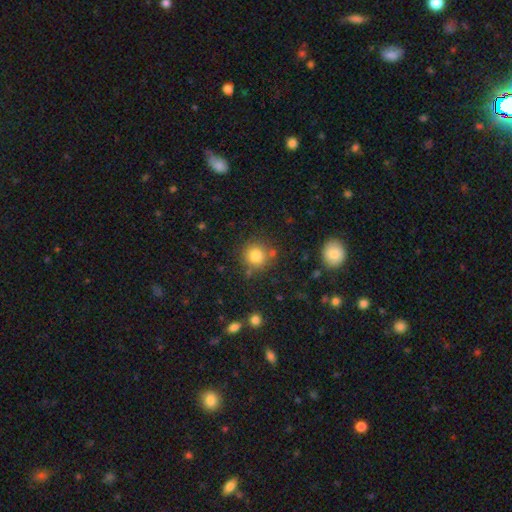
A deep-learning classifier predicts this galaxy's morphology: Smooth or featured: smooth — 81% (star or artifact — 11%)
How rounded: round — 91% (in between — 8%)
Merging: none — 78% (minor disturbance — 11%)